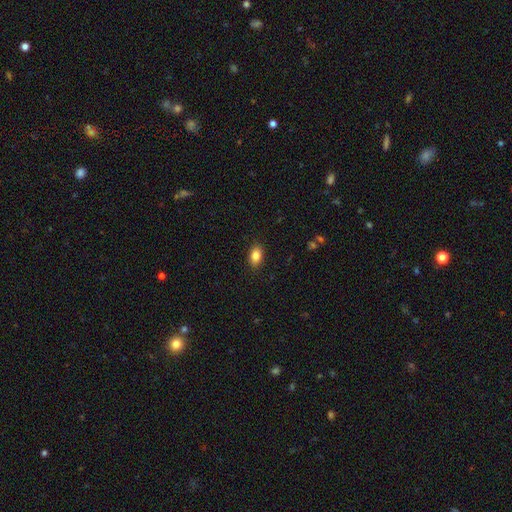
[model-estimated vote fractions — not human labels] Smooth or featured: smooth — 86% (star or artifact — 8%)
How rounded: in between — 89% (round — 9%)
Merging: none — 89% (minor disturbance — 8%)